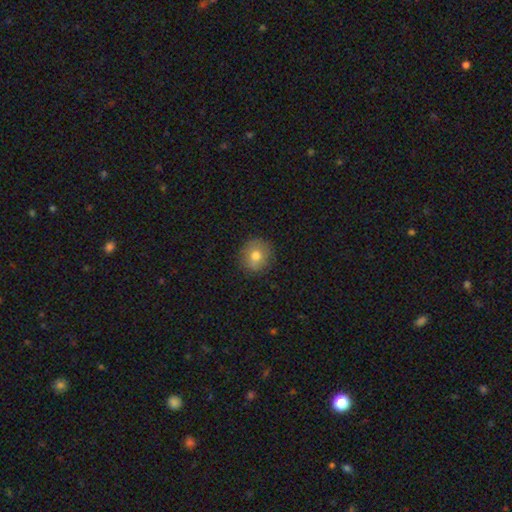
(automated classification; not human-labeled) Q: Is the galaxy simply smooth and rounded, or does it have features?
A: smooth — 75%.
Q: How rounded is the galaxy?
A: round — 87%.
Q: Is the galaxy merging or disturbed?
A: none — 84%.